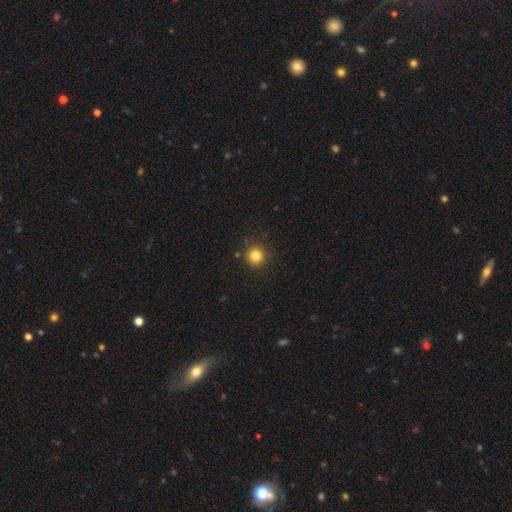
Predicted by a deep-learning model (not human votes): Morphology: type=smooth (82%); roundness=round (95%); merging=none (90%).